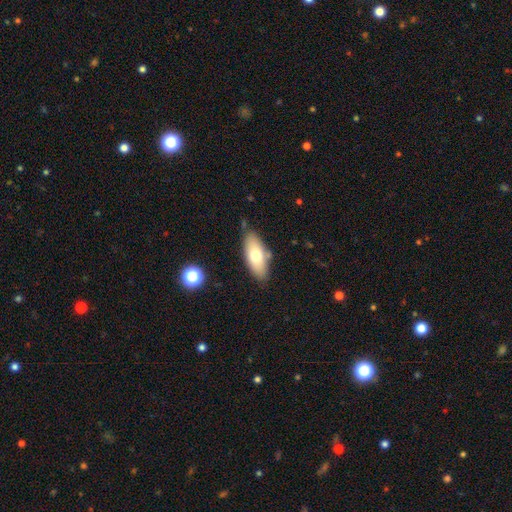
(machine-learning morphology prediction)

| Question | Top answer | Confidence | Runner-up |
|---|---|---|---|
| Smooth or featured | smooth | 72% | featured or disk (21%) |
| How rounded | in between | 83% | cigar-shaped (15%) |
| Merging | none | 77% | minor disturbance (15%) |